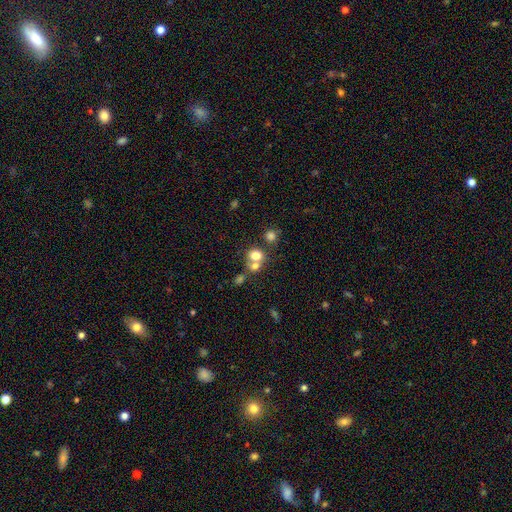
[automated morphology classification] type=smooth (72%); roundness=round (71%); merging=merger (46%).